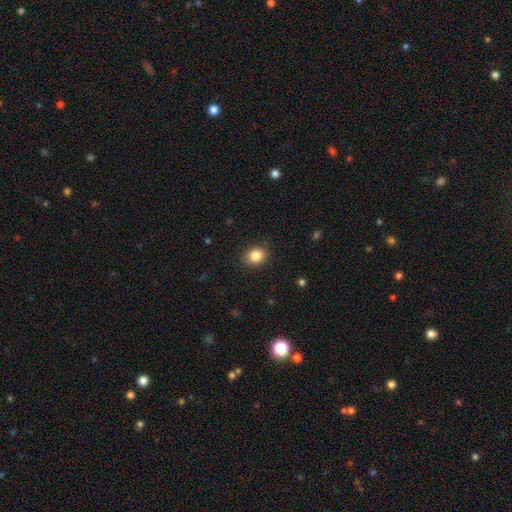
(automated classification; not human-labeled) The model was most divided on "how rounded": round: 54%, in between: 45%, cigar-shaped: 1%. More confident: smooth or featured — smooth (84%); merging — none (83%).